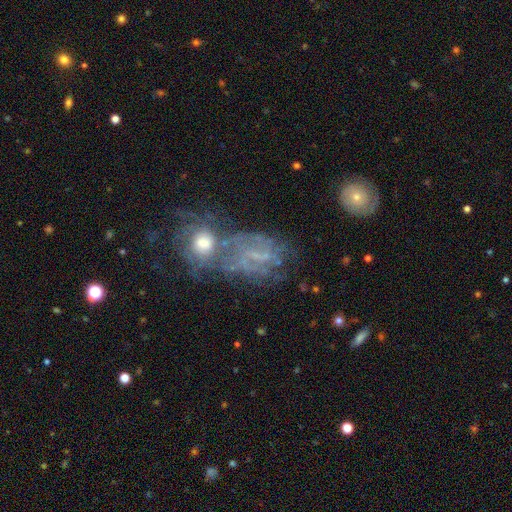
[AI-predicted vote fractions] Smooth or featured? featured or disk (66%)
Edge-on disk? no (96%)
Bar? weak (42%)
Spiral arms? yes (78%)
Bulge size? small (46%)
Merging? none (41%)